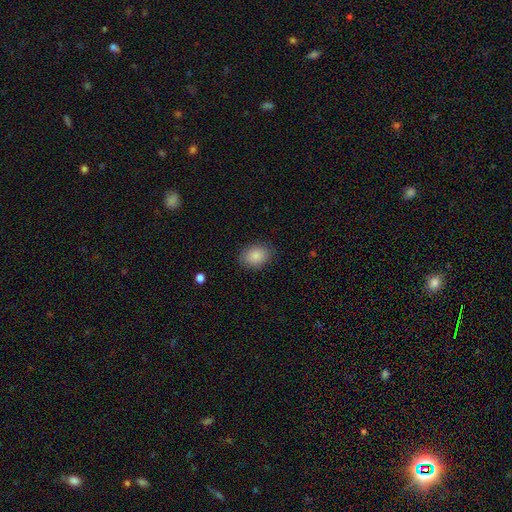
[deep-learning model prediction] This appears to be a smooth galaxy with no disk features (86%) that is in between round and cigar-shaped (69%). Merging: none (85%).